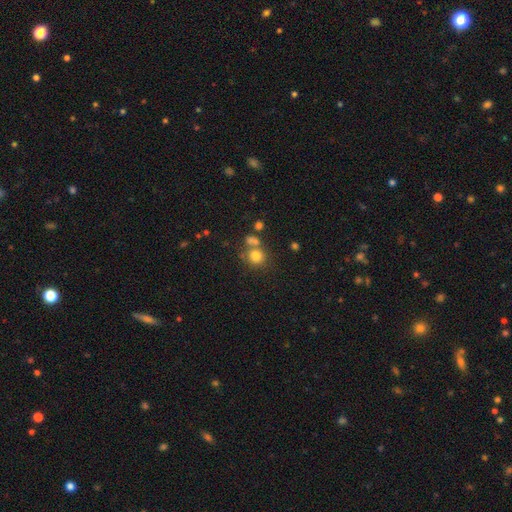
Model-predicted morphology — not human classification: A smooth galaxy with no disk features (78%) that is round (83%).

Vote fractions:
- Smooth or featured? smooth: 78% / star or artifact: 13% / featured or disk: 9%
- How rounded? round: 83% / in between: 16% / cigar-shaped: 1%
- Merging? none: 57% / merger: 26% / minor disturbance: 11% / major disturbance: 6%